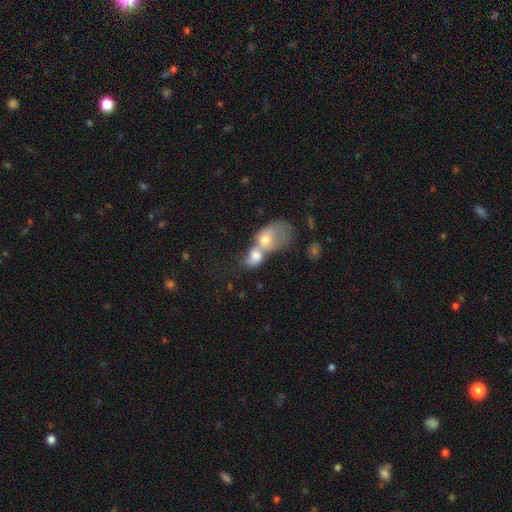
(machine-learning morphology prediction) Smooth or featured: smooth — 63% (featured or disk — 27%)
How rounded: in between — 65% (round — 32%)
Merging: merger — 80% (major disturbance — 8%)